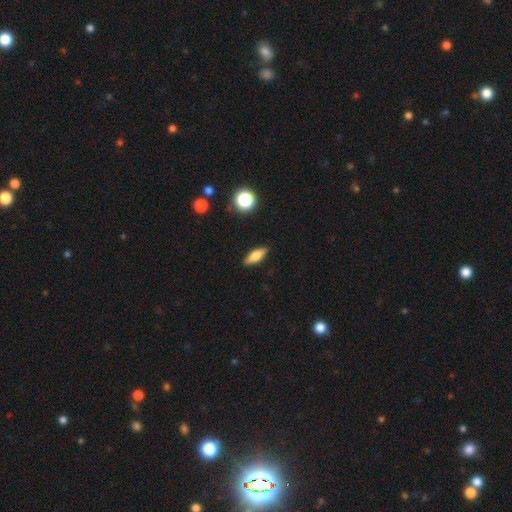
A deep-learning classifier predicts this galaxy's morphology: smooth_or_featured: smooth (p=0.67) [alt: featured or disk p=0.24]
how_rounded: in between (p=0.61) [alt: cigar-shaped p=0.35]
merging: none (p=0.88) [alt: minor disturbance p=0.09]